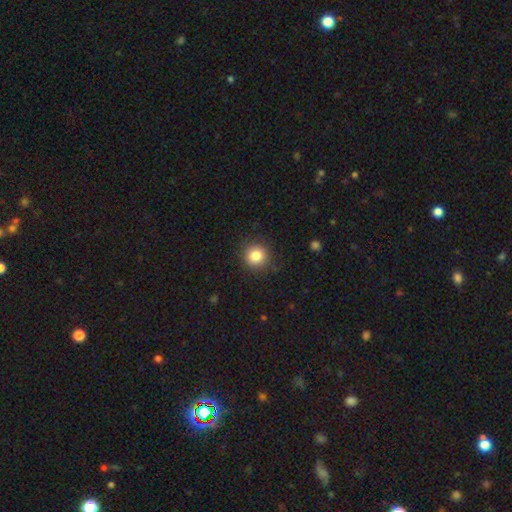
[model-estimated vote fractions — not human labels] A smooth galaxy with no disk features (83%) that is round (92%).

Vote fractions:
- Smooth or featured? smooth: 83% / star or artifact: 11% / featured or disk: 6%
- How rounded? round: 92% / in between: 7% / cigar-shaped: 1%
- Merging? none: 89% / minor disturbance: 7% / major disturbance: 2% / merger: 1%